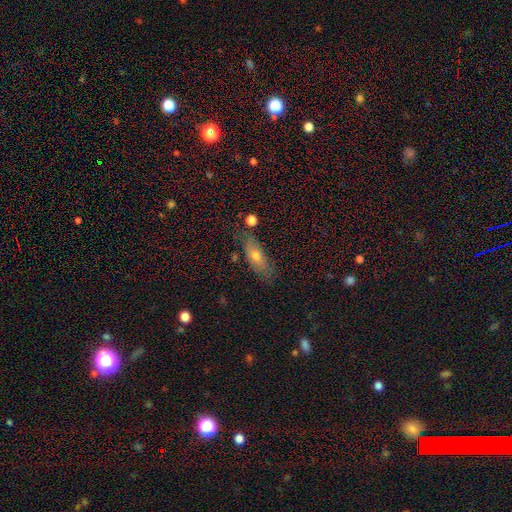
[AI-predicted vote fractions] This is possibly a smooth galaxy (59%). How rounded: likely in between (66%). Merging: likely none (75%).